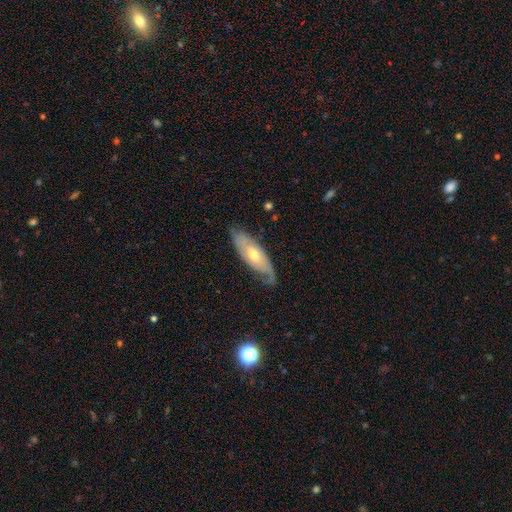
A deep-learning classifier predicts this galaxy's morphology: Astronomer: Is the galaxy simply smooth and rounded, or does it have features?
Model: featured or disk — 64%.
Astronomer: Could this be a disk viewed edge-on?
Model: no — 70%.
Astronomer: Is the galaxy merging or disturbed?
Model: none — 76%.